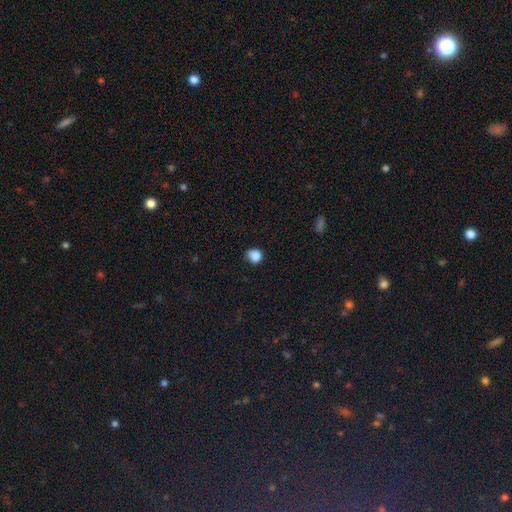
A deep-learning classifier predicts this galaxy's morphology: smooth 85%, star or artifact 11%, featured or disk 4%. Down the decision tree: how rounded — round (75%); merging — none (62%).